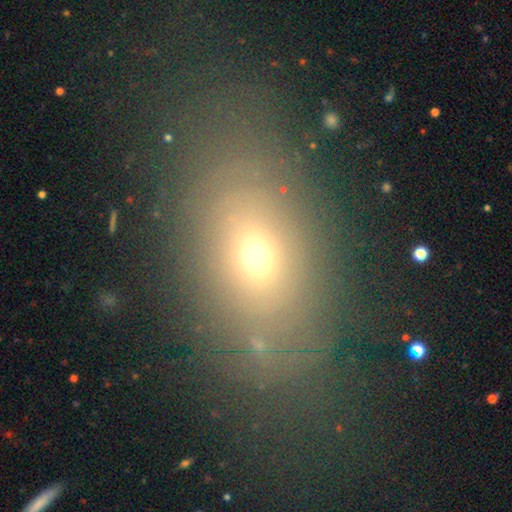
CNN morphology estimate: type=smooth (58%); roundness=in between (74%); merging=none (68%).